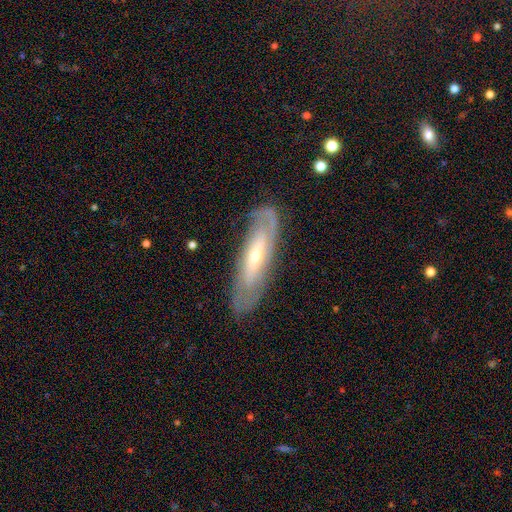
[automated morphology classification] Smooth or featured? Predicted: featured or disk (p=0.73). Edge-on disk? Predicted: no (p=0.72). Bar? Predicted: no (p=0.44). Spiral arms? Predicted: yes (p=0.80). Bulge size? Predicted: small (p=0.55). Merging? Predicted: none (p=0.77).